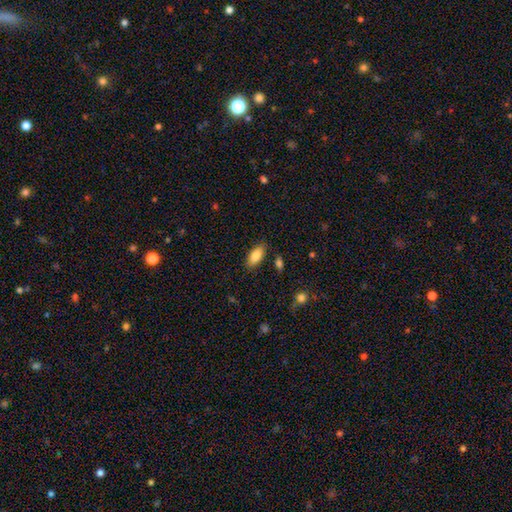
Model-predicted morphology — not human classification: A smooth galaxy with no disk features (85%) that is in between round and cigar-shaped (87%). Merging: none (83%).